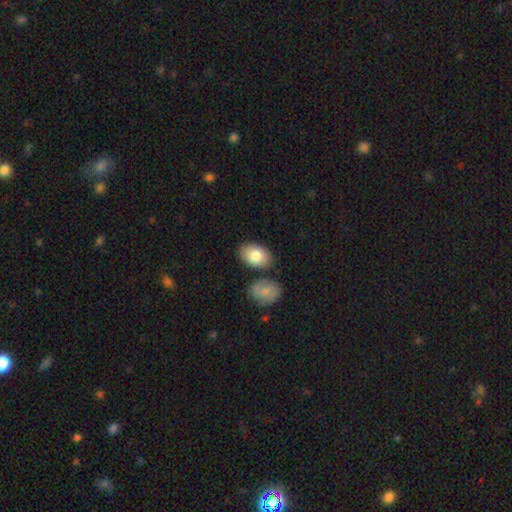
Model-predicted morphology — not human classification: This is clearly a smooth galaxy (82%). How rounded: clearly in between (88%). Merging: likely none (77%).